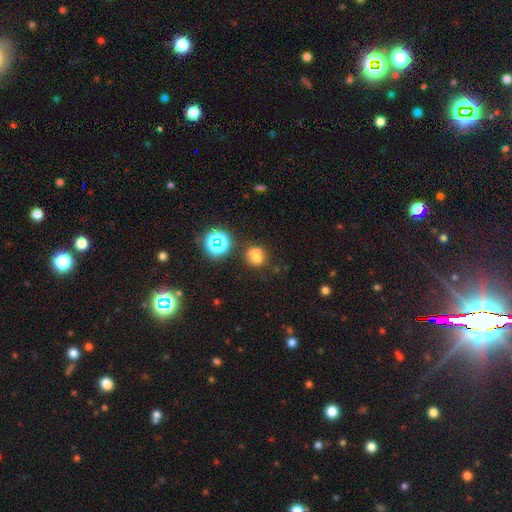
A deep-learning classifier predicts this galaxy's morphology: Q: Smooth or featured?
A: smooth (62%); runner-up: star or artifact (22%)
Q: How rounded?
A: round (72%); runner-up: in between (27%)
Q: Merging?
A: none (48%); runner-up: merger (28%)